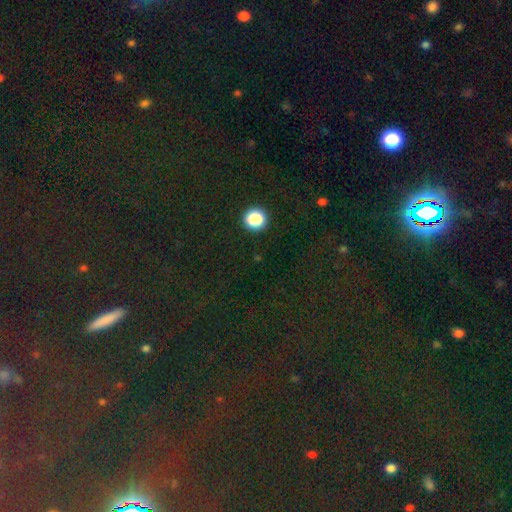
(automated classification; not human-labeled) Morphology: type=star or artifact (72%).